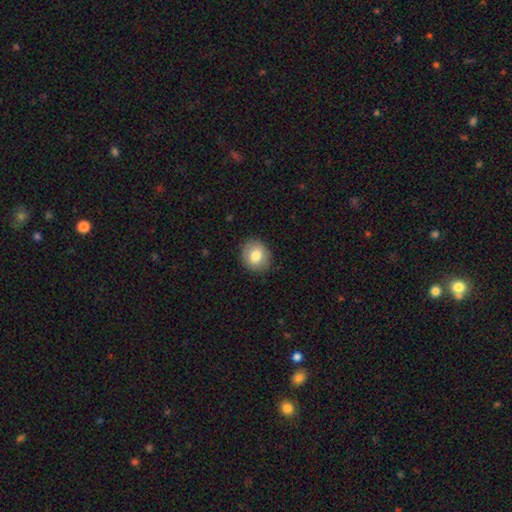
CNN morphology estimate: Smooth or featured?
  - smooth: 80% *
  - featured or disk: 12%
  - star or artifact: 8%
How rounded?
  - round: 71% *
  - in between: 28%
  - cigar-shaped: 1%
Merging?
  - none: 89% *
  - minor disturbance: 8%
  - major disturbance: 2%
  - merger: 1%